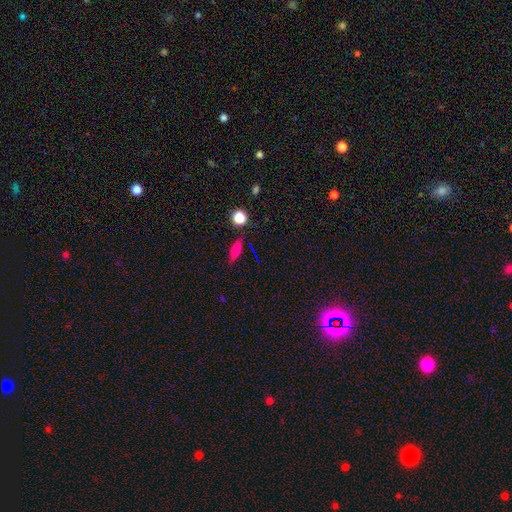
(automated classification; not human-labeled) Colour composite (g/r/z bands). It shows a smooth galaxy with no disk features (57%) that is cigar-shaped (51%). Merging: none (84%).